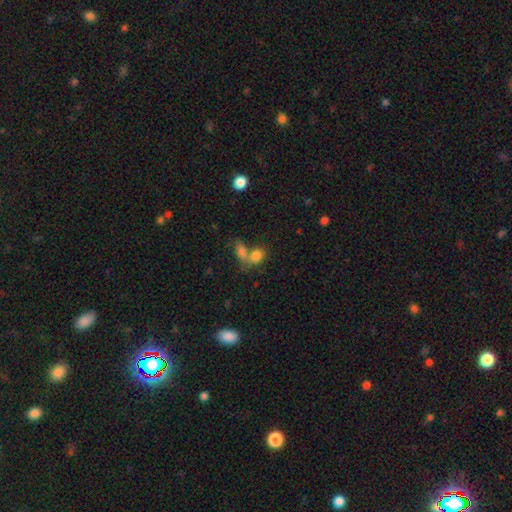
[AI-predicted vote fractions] Q: Smooth or featured?
A: smooth (81%); runner-up: star or artifact (10%)
Q: How rounded?
A: in between (76%); runner-up: round (22%)
Q: Merging?
A: merger (54%); runner-up: none (32%)